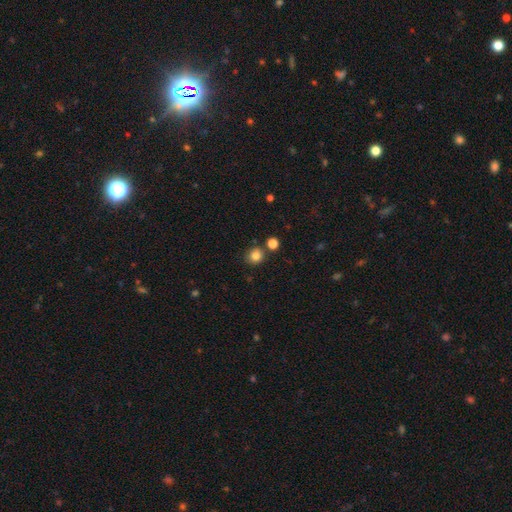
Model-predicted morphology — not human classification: smooth-or-featured: smooth: 84% | star or artifact: 12% | featured or disk: 5%
  how-rounded: round: 84% | in between: 15% | cigar-shaped: 1%
  merging: none: 78% | minor disturbance: 9% | merger: 9% | major disturbance: 3%